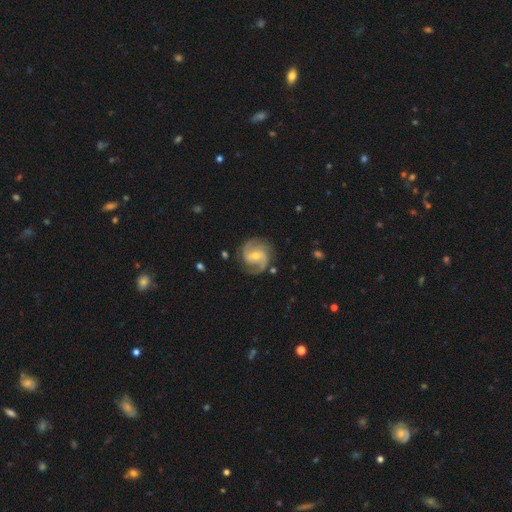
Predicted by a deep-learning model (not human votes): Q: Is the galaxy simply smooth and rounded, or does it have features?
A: featured or disk — 87%.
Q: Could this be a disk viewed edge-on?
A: no — 98%.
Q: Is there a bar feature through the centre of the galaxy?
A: weak — 47%.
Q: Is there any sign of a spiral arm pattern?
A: yes — 97%.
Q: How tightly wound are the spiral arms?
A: medium — 52%.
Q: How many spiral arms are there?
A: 2 — 61%.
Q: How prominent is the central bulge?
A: small — 50%.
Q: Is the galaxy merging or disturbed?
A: none — 78%.